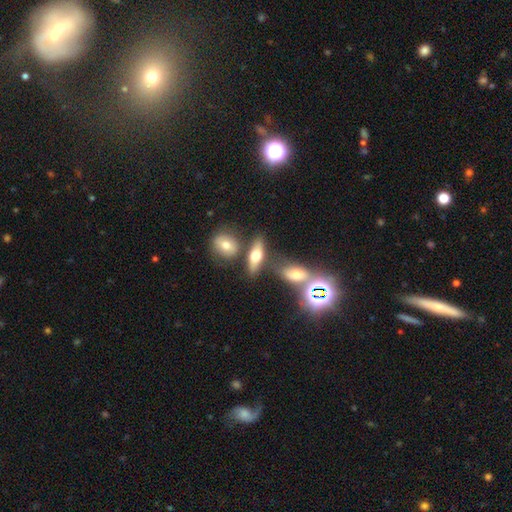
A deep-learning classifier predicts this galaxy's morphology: Smooth or featured? Predicted: smooth (p=0.56). How rounded? Predicted: in between (p=0.61). Merging? Predicted: none (p=0.64).